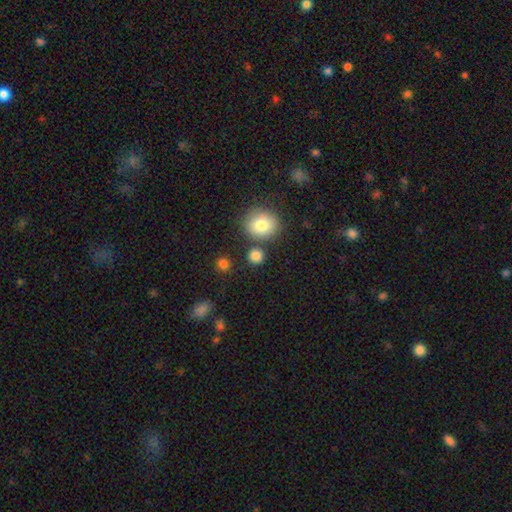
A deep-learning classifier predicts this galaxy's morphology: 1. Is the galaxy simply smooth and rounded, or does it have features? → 83% smooth, 11% star or artifact, 5% featured or disk.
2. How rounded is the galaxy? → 87% round, 12% in between, 1% cigar-shaped.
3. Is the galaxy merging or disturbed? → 78% none, 10% merger, 8% minor disturbance, 3% major disturbance.